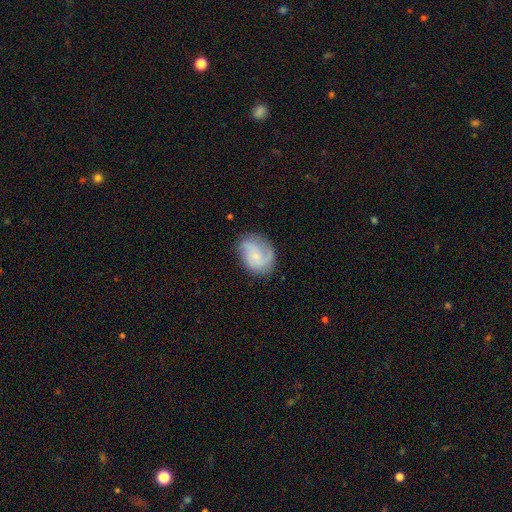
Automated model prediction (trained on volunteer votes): The model was most divided on "spiral winding": medium: 44%, tight: 28%, loose: 28%. Remaining: edge-on disk — no (98%); spiral arms — yes (89%); bulge size — small (70%); bar — no (68%); merging — none (67%); smooth or featured — featured or disk (58%); spiral arm count — 2 (44%).